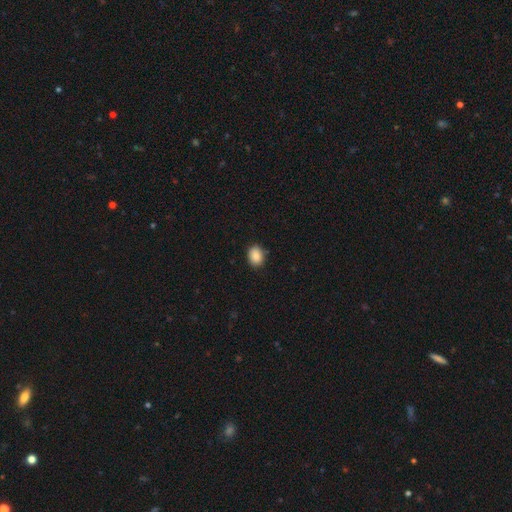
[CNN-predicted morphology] smooth 88%, star or artifact 8%, featured or disk 4%. Down the decision tree: how rounded — in between (55%); merging — none (87%).